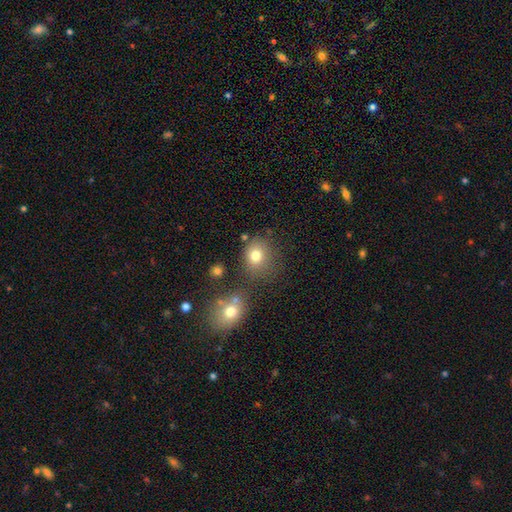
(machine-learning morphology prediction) type=smooth (78%); roundness=round (70%); merging=none (66%).